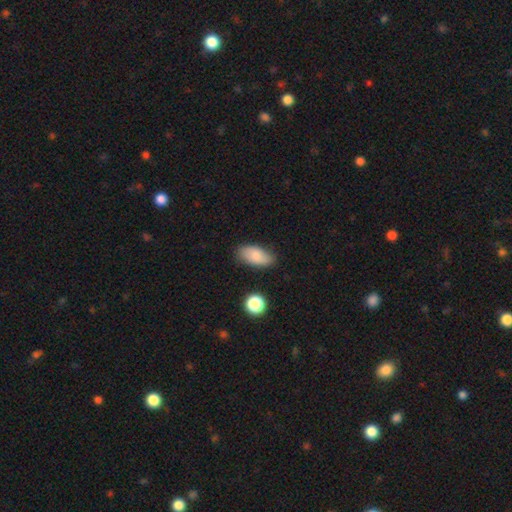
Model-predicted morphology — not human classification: Overall: smooth (81%). How rounded: in between (91%). Merging: none (78%).